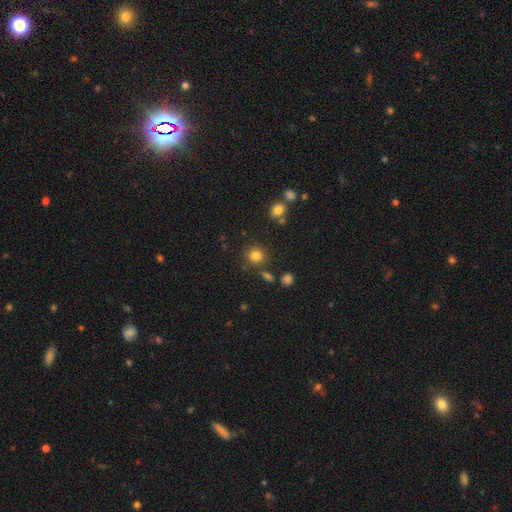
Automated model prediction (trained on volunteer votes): A smooth galaxy with no disk features (82%) that is round (90%).

Vote fractions:
- Smooth or featured? smooth: 82% / star or artifact: 13% / featured or disk: 6%
- How rounded? round: 90% / in between: 9% / cigar-shaped: 1%
- Merging? none: 83% / minor disturbance: 8% / merger: 5% / major disturbance: 3%